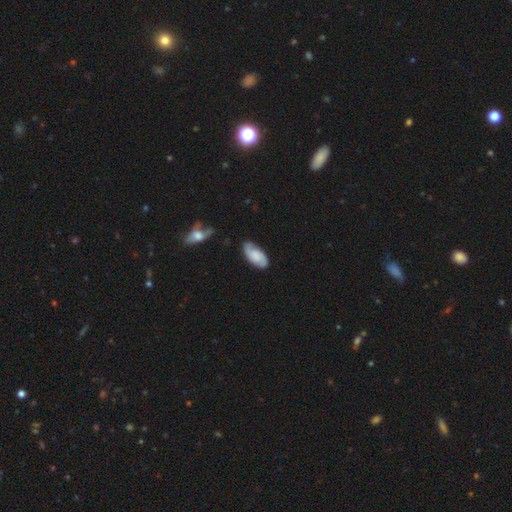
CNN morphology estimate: Smooth or featured? Predicted: smooth (p=0.47). Merging? Predicted: none (p=0.74).